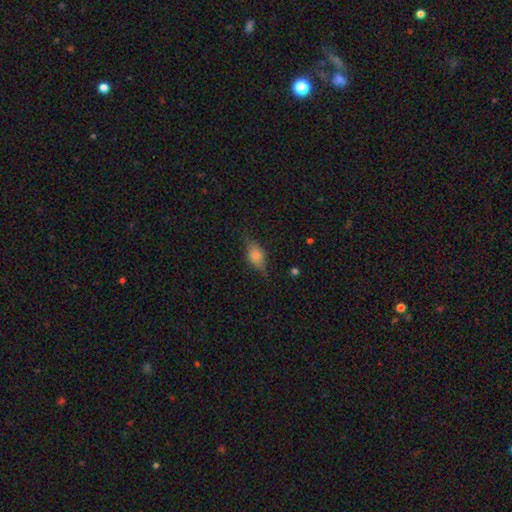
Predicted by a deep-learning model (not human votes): This appears to be a smooth galaxy with no disk features (65%) that is in between round and cigar-shaped (81%). Merging: none (65%).